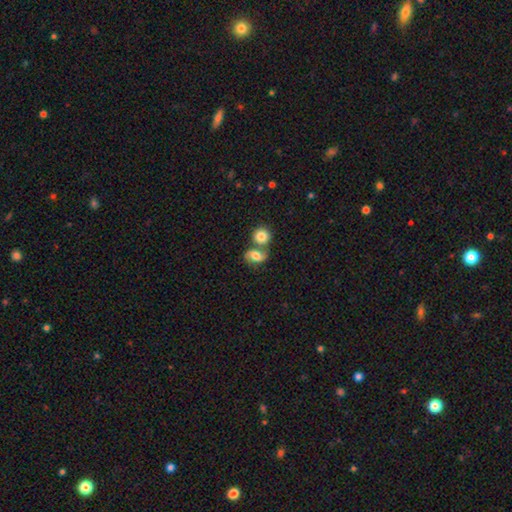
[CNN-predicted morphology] A smooth galaxy with no disk features (67%) that is in between round and cigar-shaped (62%).

Vote fractions:
- Smooth or featured? smooth: 67% / featured or disk: 24% / star or artifact: 10%
- How rounded? in between: 62% / round: 35% / cigar-shaped: 3%
- Merging? merger: 46% / none: 38% / minor disturbance: 11% / major disturbance: 5%